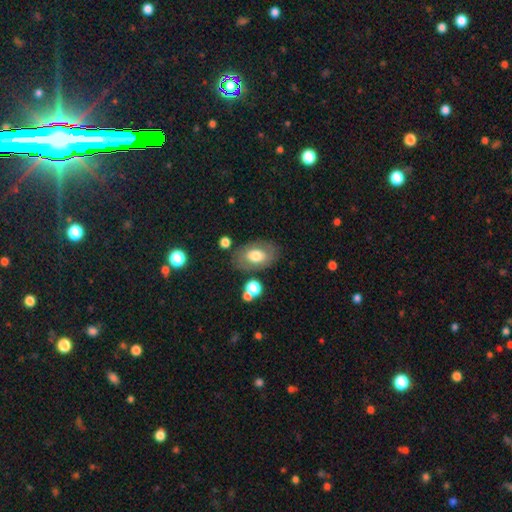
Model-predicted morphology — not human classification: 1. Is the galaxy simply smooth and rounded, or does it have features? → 61% smooth, 31% featured or disk, 8% star or artifact.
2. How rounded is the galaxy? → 87% in between, 12% round, 1% cigar-shaped.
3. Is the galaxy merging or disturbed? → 74% none, 15% minor disturbance, 6% major disturbance, 5% merger.